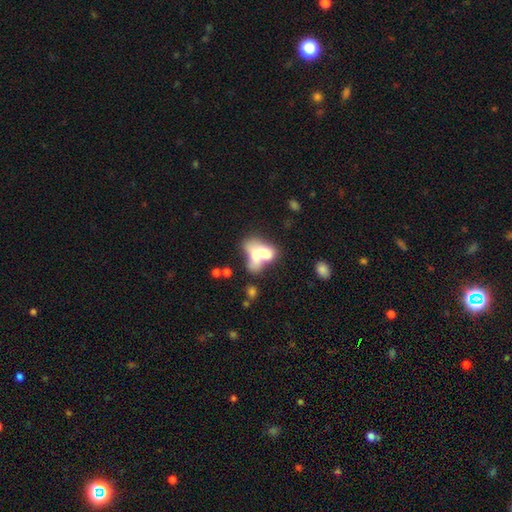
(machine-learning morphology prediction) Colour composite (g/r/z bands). It shows a smooth galaxy with no disk features (59%) that is in between round and cigar-shaped (81%). Merging: merger (74%).